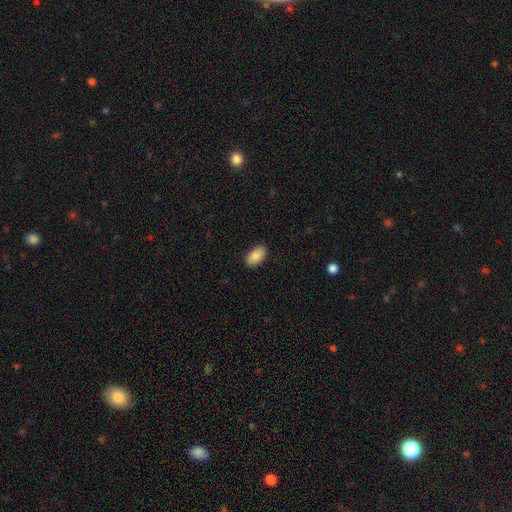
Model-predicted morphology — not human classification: The model was most divided on "merging": none: 88%, minor disturbance: 9%, major disturbance: 2%, merger: 1%. More confident: how rounded — in between (94%); smooth or featured — smooth (89%).